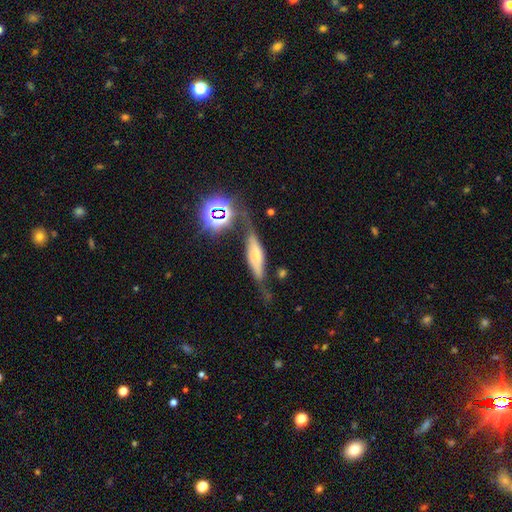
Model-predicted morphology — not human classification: Smooth or featured?
  - featured or disk: 50% *
  - smooth: 38%
  - star or artifact: 12%
Edge-on disk?
  - yes: 63% *
  - no: 37%
Merging?
  - none: 52% *
  - minor disturbance: 27%
  - major disturbance: 14%
  - merger: 7%